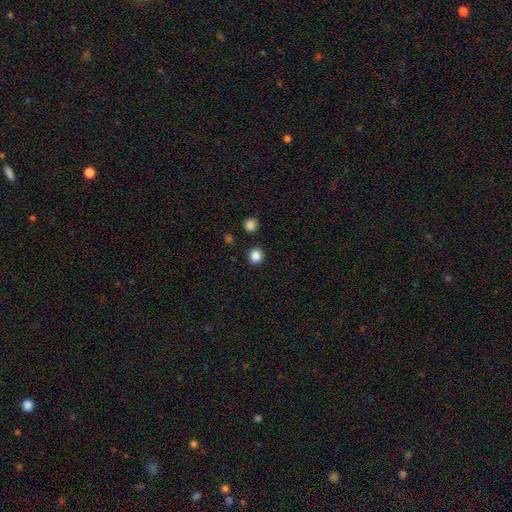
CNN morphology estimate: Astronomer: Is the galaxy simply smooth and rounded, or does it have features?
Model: smooth — 86%.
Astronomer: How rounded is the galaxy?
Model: round — 92%.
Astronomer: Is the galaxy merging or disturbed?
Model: none — 91%.